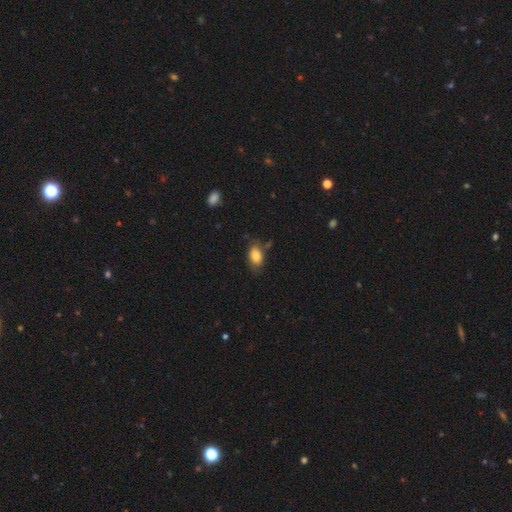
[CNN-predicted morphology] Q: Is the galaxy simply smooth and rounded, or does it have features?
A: smooth — 79%.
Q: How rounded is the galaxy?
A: in between — 88%.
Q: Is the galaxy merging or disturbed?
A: none — 66%.